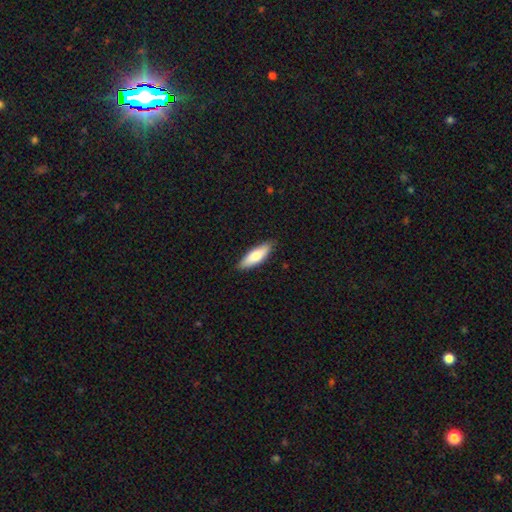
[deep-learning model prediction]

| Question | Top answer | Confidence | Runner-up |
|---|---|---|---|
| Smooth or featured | smooth | 74% | featured or disk (21%) |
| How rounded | in between | 53% | cigar-shaped (46%) |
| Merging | none | 86% | minor disturbance (11%) |